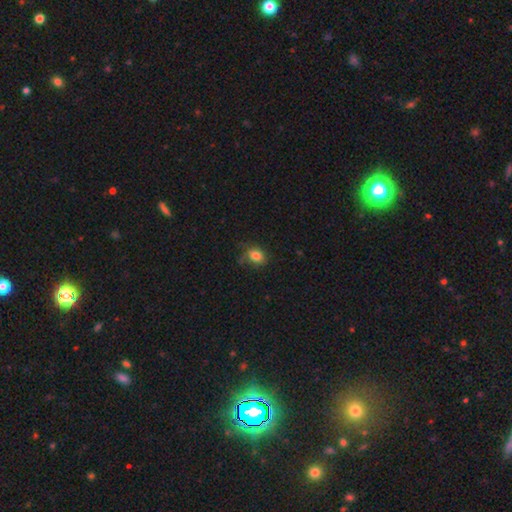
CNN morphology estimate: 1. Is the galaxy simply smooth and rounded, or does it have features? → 82% smooth, 11% star or artifact, 7% featured or disk.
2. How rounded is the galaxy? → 66% in between, 33% round, 1% cigar-shaped.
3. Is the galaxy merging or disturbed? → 65% none, 25% minor disturbance, 7% major disturbance, 2% merger.